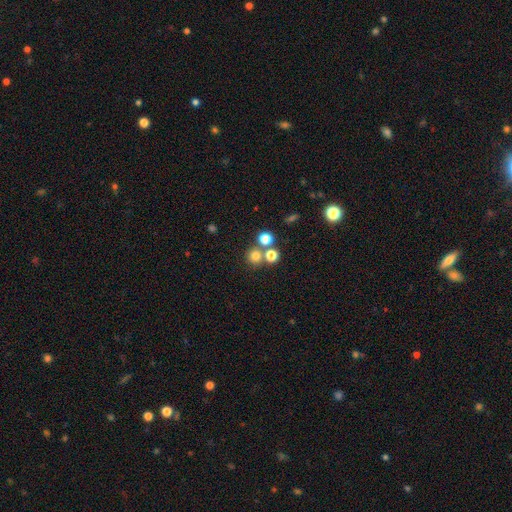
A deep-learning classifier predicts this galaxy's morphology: smooth_or_featured: smooth (p=0.73) [alt: star or artifact p=0.18]
how_rounded: round (p=0.92) [alt: in between p=0.07]
merging: none (p=0.64) [alt: merger p=0.26]